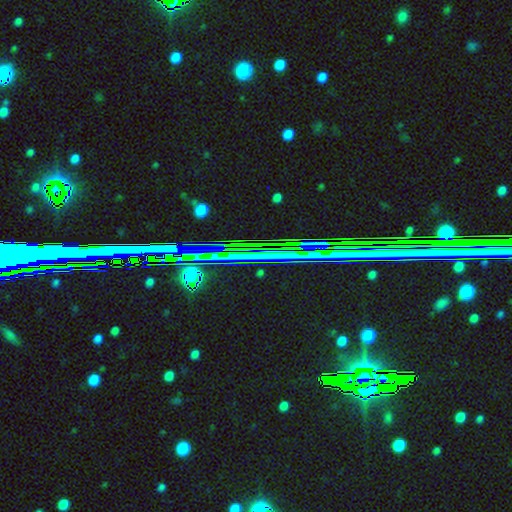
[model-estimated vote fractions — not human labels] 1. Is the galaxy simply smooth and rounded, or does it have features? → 81% star or artifact, 10% featured or disk, 9% smooth.